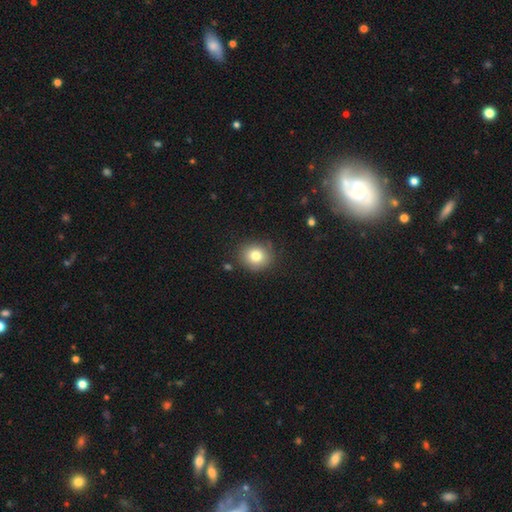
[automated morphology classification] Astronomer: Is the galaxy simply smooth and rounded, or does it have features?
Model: smooth — 79%.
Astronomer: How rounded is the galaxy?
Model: round — 81%.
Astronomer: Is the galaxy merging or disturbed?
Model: none — 84%.